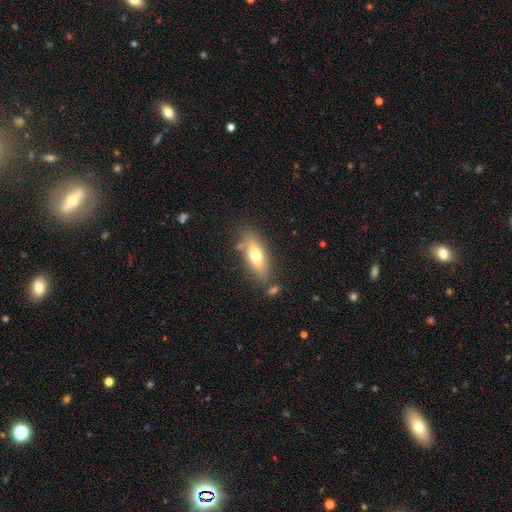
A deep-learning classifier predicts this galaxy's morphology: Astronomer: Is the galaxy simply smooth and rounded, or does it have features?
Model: smooth — 70%.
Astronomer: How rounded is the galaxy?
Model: in between — 70%.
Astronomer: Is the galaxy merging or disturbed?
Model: none — 74%.